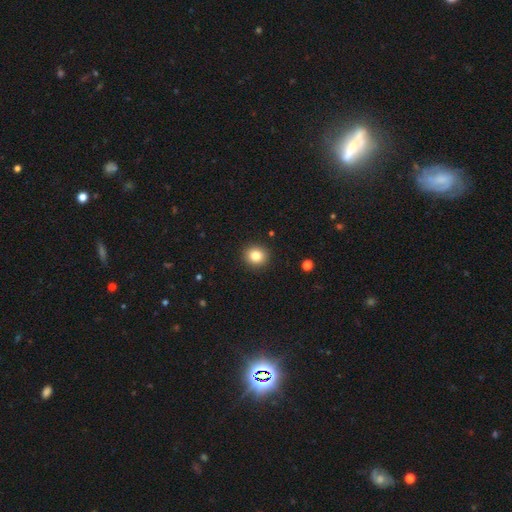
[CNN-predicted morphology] A smooth galaxy with no disk features (83%) that is round (87%).

Vote fractions:
- Smooth or featured? smooth: 83% / star or artifact: 11% / featured or disk: 7%
- How rounded? round: 87% / in between: 12% / cigar-shaped: 1%
- Merging? none: 92% / minor disturbance: 5% / major disturbance: 2% / merger: 1%